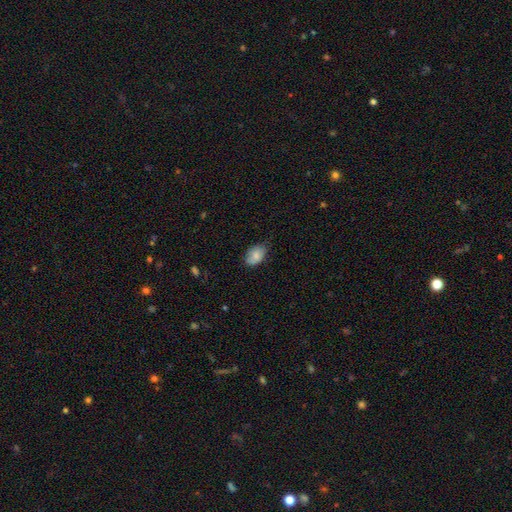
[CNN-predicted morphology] Smooth or featured: smooth — 79% (featured or disk — 14%)
How rounded: in between — 89% (round — 10%)
Merging: none — 63% (minor disturbance — 30%)